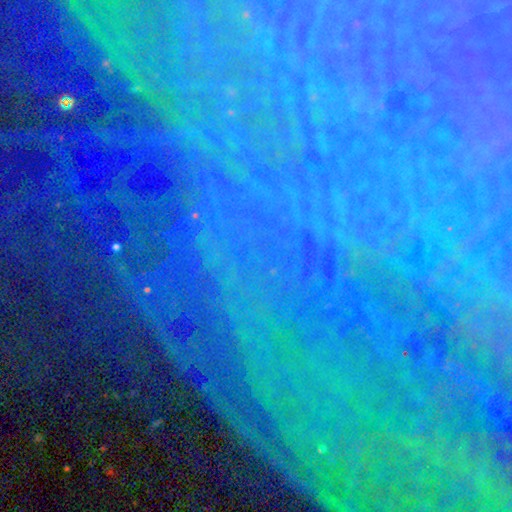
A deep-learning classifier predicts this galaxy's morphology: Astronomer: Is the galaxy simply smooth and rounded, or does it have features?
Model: star or artifact — 84%.